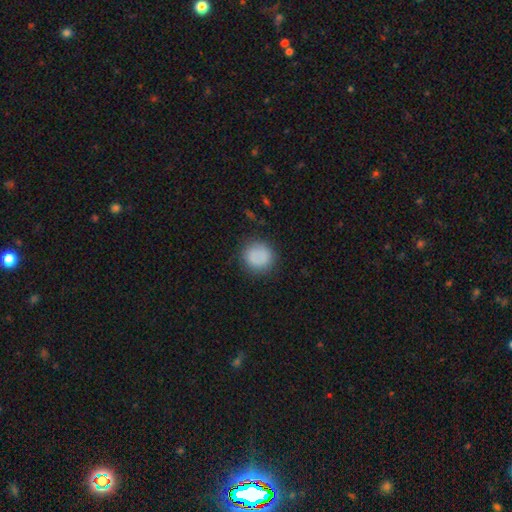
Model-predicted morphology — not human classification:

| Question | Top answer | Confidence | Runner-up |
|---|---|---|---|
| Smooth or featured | smooth | 83% | star or artifact (8%) |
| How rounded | round | 85% | in between (14%) |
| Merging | none | 83% | minor disturbance (12%) |